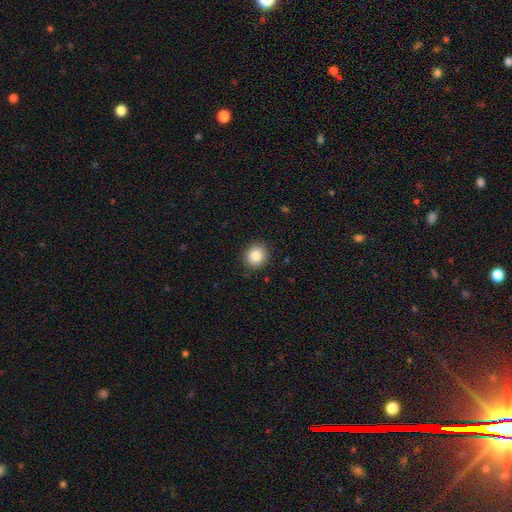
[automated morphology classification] type=smooth (85%); roundness=round (86%); merging=none (90%).